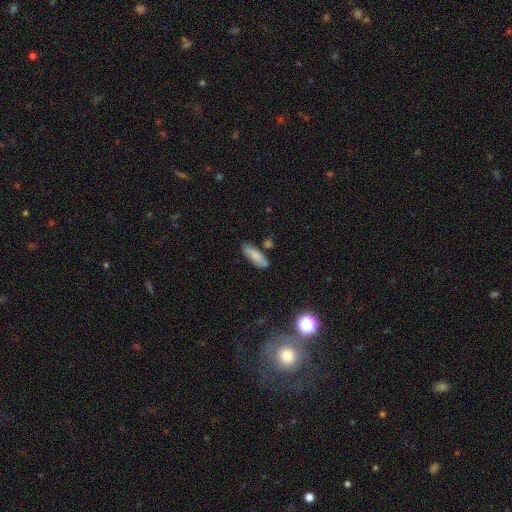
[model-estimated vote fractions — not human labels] A smooth galaxy with no disk features (82%) that is in between round and cigar-shaped (58%). Merging: none (75%).